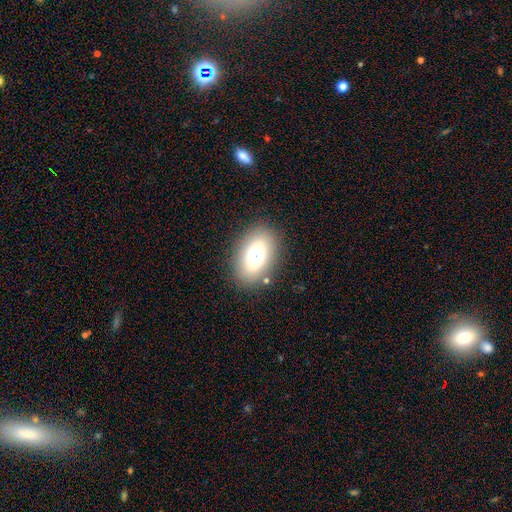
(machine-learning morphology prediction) A smooth galaxy with no disk features (72%) that is in between round and cigar-shaped (84%).

Vote fractions:
- Smooth or featured? smooth: 72% / featured or disk: 17% / star or artifact: 11%
- How rounded? in between: 84% / round: 14% / cigar-shaped: 2%
- Merging? none: 83% / minor disturbance: 11% / major disturbance: 4% / merger: 3%